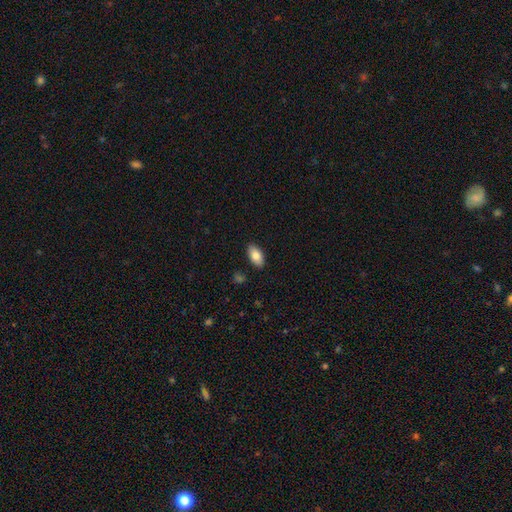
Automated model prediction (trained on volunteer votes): smooth_or_featured: smooth (p=0.82) [alt: featured or disk p=0.12]
how_rounded: in between (p=0.94) [alt: cigar-shaped p=0.03]
merging: none (p=0.88) [alt: minor disturbance p=0.09]